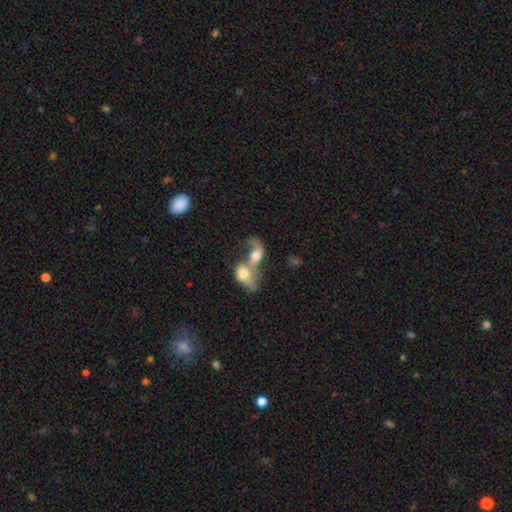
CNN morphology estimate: smooth-or-featured: smooth: 48% | featured or disk: 43% | star or artifact: 9%
  merging: merger: 85% | major disturbance: 7% | none: 5% | minor disturbance: 3%